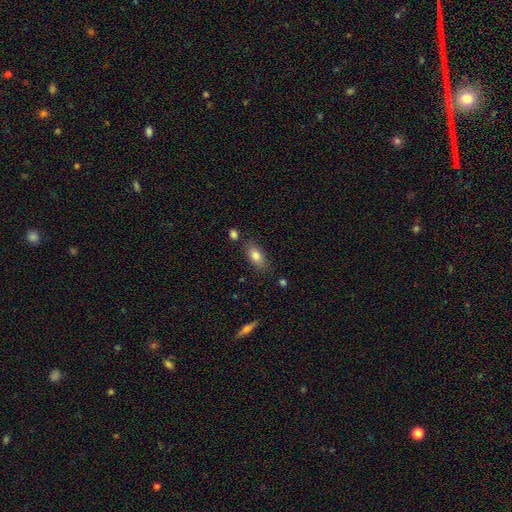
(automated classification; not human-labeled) A smooth galaxy with no disk features (81%) that is in between round and cigar-shaped (86%).

Vote fractions:
- Smooth or featured? smooth: 81% / featured or disk: 11% / star or artifact: 8%
- How rounded? in between: 86% / cigar-shaped: 9% / round: 5%
- Merging? none: 77% / minor disturbance: 14% / merger: 5% / major disturbance: 3%